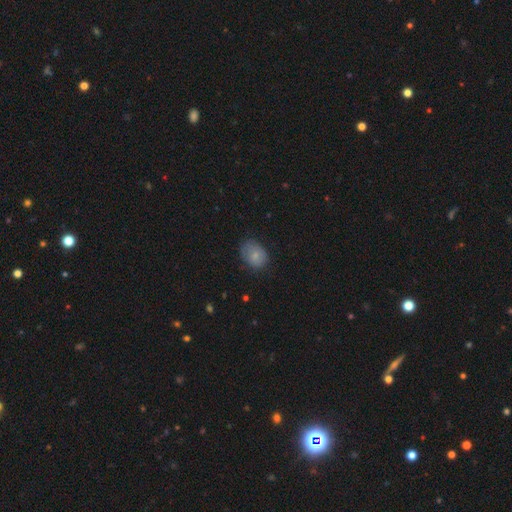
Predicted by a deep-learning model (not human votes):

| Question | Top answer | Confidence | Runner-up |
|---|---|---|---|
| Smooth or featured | smooth | 77% | featured or disk (15%) |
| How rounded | in between | 60% | round (39%) |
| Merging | none | 62% | minor disturbance (28%) |